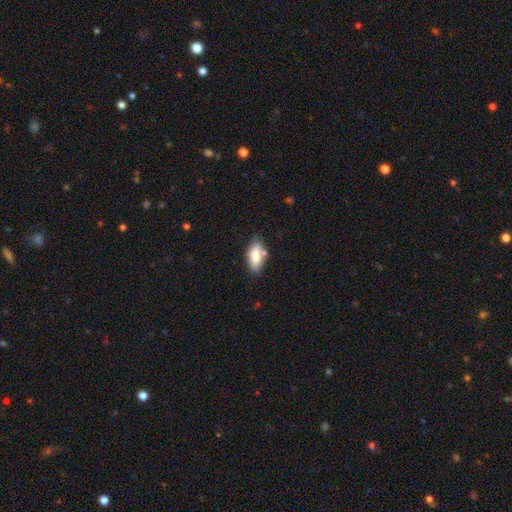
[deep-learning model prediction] This appears to be a smooth galaxy with no disk features (79%) that is in between round and cigar-shaped (83%). Merging: none (67%).